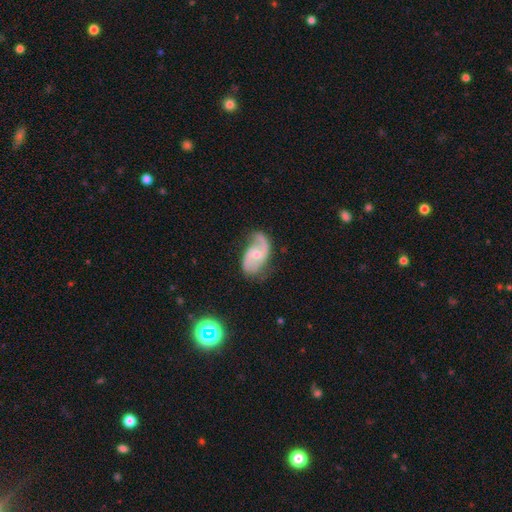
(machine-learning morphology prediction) Smooth or featured?
  - featured or disk: 83% *
  - smooth: 12%
  - star or artifact: 5%
Edge-on disk?
  - no: 97% *
  - yes: 3%
Bar?
  - no: 56% *
  - weak: 37%
  - strong: 7%
Spiral arms?
  - yes: 95% *
  - no: 5%
Spiral winding?
  - medium: 45% *
  - loose: 39%
  - tight: 16%
Spiral arm count?
  - 2: 85% *
  - 1: 6%
  - can't tell: 5%
  - 3: 2%
  - 4: 1%
  - more than 4: 1%
Bulge size?
  - small: 49% *
  - moderate: 46%
  - none: 3%
  - large: 2%
  - dominant: 1%
Merging?
  - none: 63% *
  - minor disturbance: 24%
  - major disturbance: 11%
  - merger: 2%